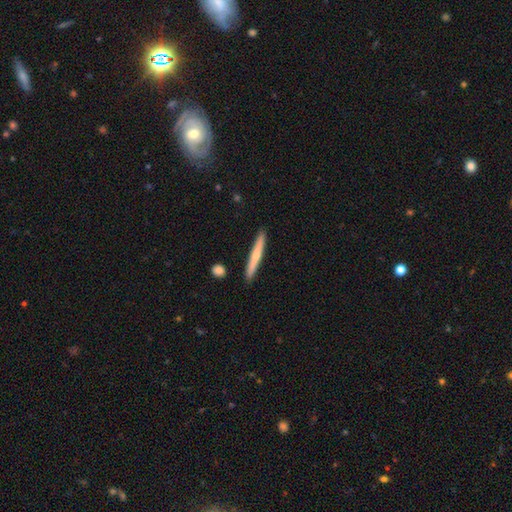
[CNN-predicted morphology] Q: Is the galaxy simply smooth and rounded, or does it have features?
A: smooth — 60%.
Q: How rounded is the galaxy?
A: cigar-shaped — 96%.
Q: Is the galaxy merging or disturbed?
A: none — 90%.